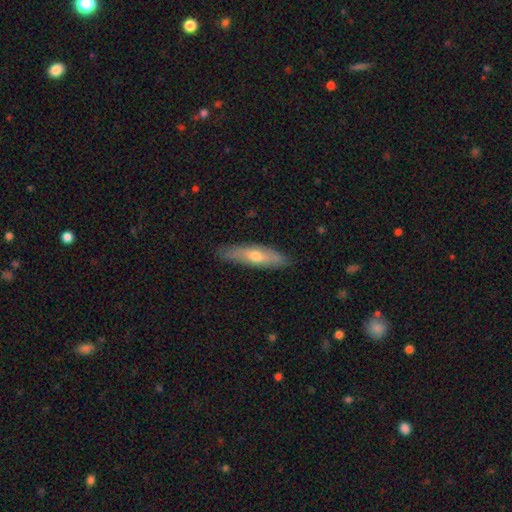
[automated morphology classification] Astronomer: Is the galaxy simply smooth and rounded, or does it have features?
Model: smooth — 47% (runner-up: featured or disk, 46%).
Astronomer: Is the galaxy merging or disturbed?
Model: none — 83%.